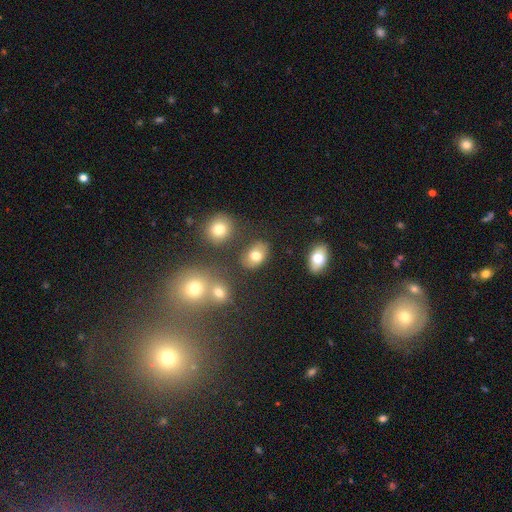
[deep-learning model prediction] Q: Smooth or featured?
A: smooth (75%); runner-up: featured or disk (13%)
Q: How rounded?
A: in between (78%); runner-up: round (20%)
Q: Merging?
A: none (76%); runner-up: minor disturbance (13%)